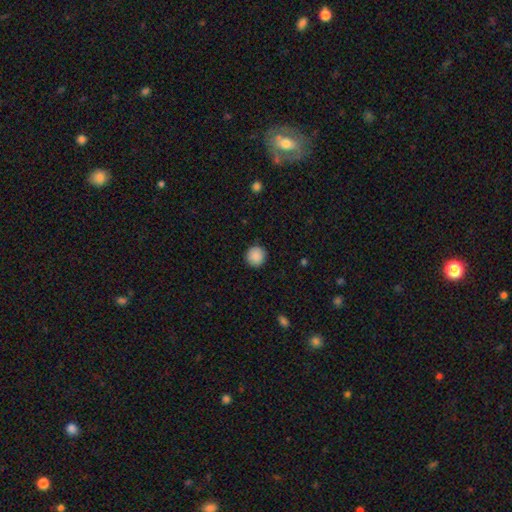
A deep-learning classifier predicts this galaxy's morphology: This is clearly a smooth galaxy (89%). How rounded: clearly round (94%). Merging: clearly none (91%).